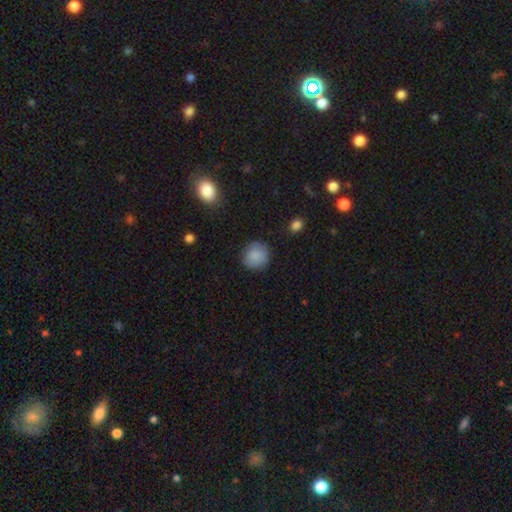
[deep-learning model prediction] Overall: smooth (87%). How rounded: round (87%). Merging: none (85%).